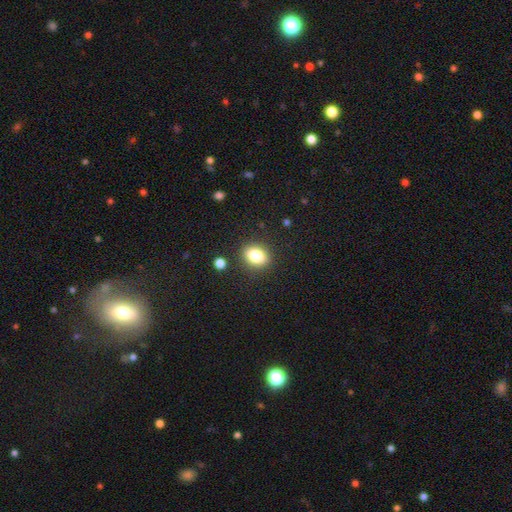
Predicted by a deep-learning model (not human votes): Smooth or featured? smooth (82%)
How rounded? in between (60%)
Merging? none (86%)